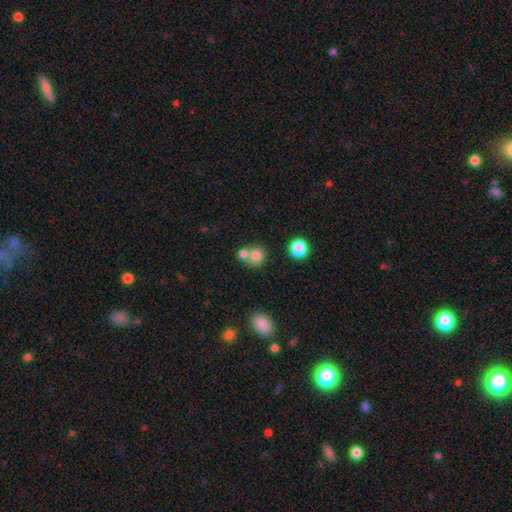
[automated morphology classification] A smooth galaxy with no disk features (77%) that is round (83%).

Vote fractions:
- Smooth or featured? smooth: 77% / star or artifact: 12% / featured or disk: 12%
- How rounded? round: 83% / in between: 16% / cigar-shaped: 1%
- Merging? none: 46% / merger: 44% / minor disturbance: 7% / major disturbance: 3%